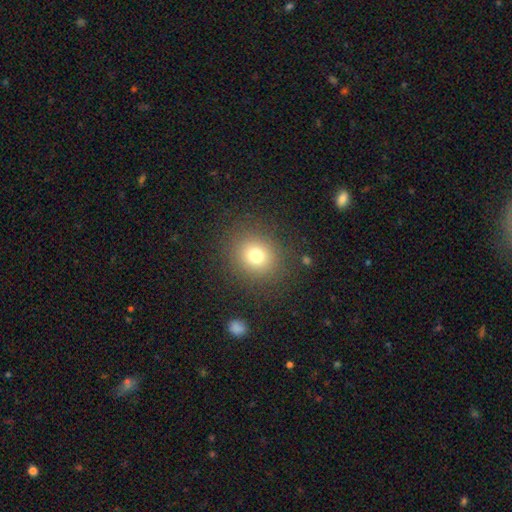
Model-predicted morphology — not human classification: smooth-or-featured: smooth: 74% | star or artifact: 15% | featured or disk: 10%
  how-rounded: round: 81% | in between: 19% | cigar-shaped: 1%
  merging: none: 86% | minor disturbance: 8% | major disturbance: 5% | merger: 1%